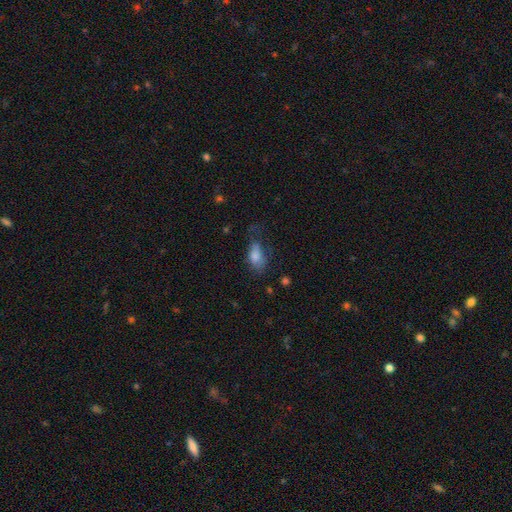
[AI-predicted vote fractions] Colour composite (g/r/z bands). It shows a smooth galaxy with no disk features (78%) that is in between round and cigar-shaped (88%). Merging: none (39%).